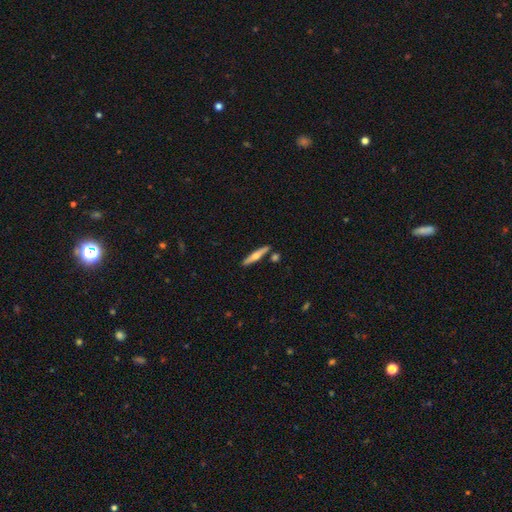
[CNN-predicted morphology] A featured or disk galaxy (56%) viewed edge-on (96%) with a rounded central bulge (91%).

Vote fractions:
- Smooth or featured? featured or disk: 56% / smooth: 38% / star or artifact: 6%
- Edge-on disk? yes: 96% / no: 4%
- Edge-on bulge? rounded: 91% / none: 5% / boxy: 3%
- Merging? none: 84% / minor disturbance: 8% / merger: 6% / major disturbance: 2%